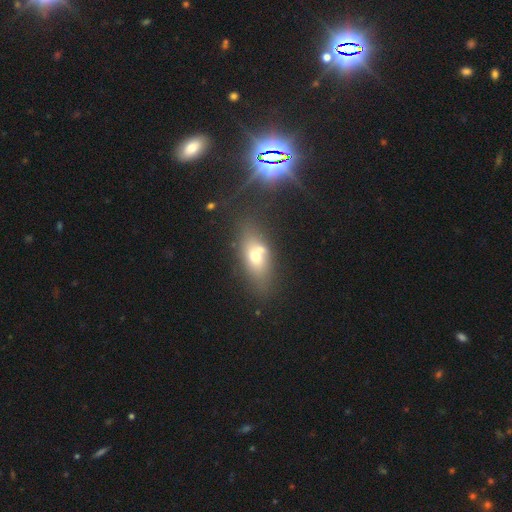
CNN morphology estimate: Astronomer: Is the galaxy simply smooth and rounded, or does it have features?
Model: smooth — 59%.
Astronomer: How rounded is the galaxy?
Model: in between — 75%.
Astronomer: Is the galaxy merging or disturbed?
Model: none — 54%.